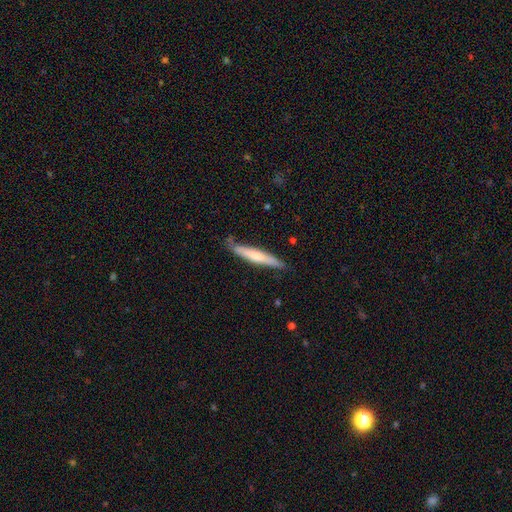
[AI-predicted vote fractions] Morphology: type=smooth (58%); roundness=cigar-shaped (92%); merging=none (73%).